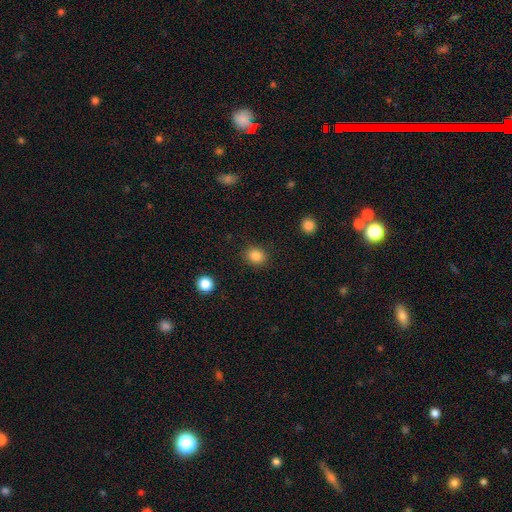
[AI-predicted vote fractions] smooth-or-featured: smooth: 85% | star or artifact: 10% | featured or disk: 4%
  how-rounded: round: 70% | in between: 29% | cigar-shaped: 1%
  merging: none: 89% | minor disturbance: 7% | major disturbance: 2% | merger: 1%